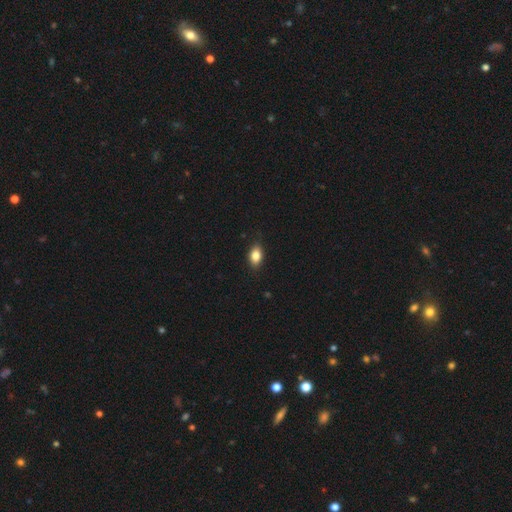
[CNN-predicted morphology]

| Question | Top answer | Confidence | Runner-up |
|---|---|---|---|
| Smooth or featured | smooth | 84% | star or artifact (8%) |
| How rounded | in between | 84% | round (13%) |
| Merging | none | 85% | minor disturbance (12%) |